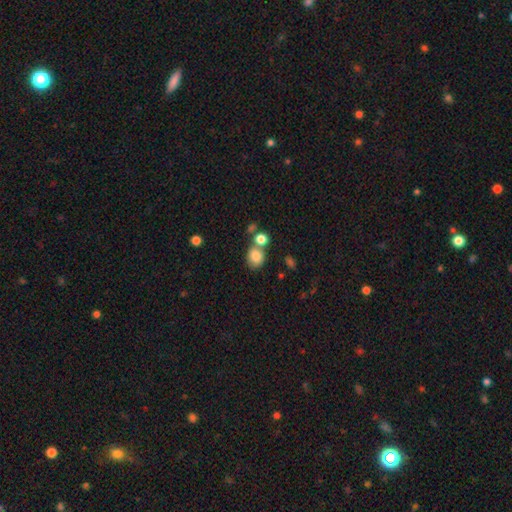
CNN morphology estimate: Overall: smooth (82%). How rounded: round (59%; in between 40%). Merging: none (54%; merger 30%).